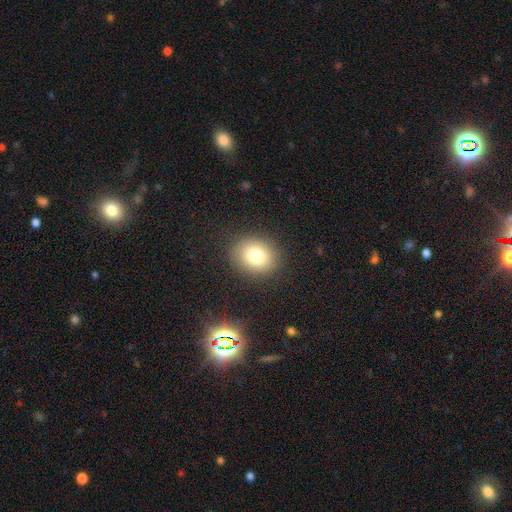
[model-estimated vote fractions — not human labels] A smooth galaxy with no disk features (79%) that is round (58%). Merging: none (87%).